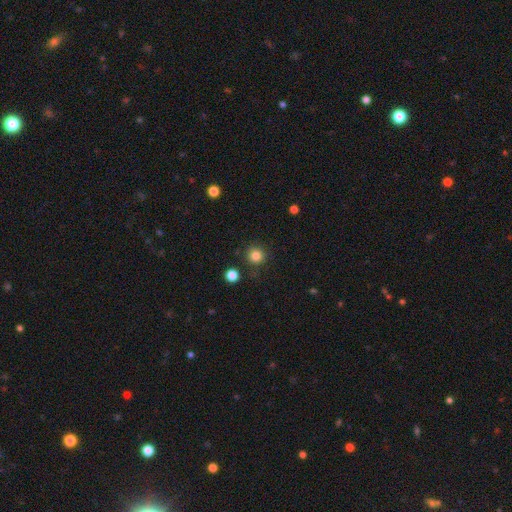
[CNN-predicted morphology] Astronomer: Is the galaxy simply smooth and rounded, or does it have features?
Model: smooth — 84%.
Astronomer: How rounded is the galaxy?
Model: round — 93%.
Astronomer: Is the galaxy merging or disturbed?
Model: none — 87%.